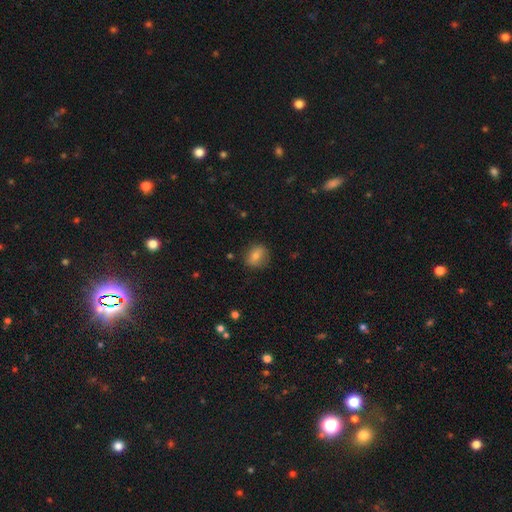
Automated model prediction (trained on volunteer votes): A smooth galaxy with no disk features (74%) that is round (59%).

Vote fractions:
- Smooth or featured? smooth: 74% / featured or disk: 17% / star or artifact: 9%
- How rounded? round: 59% / in between: 40% / cigar-shaped: 2%
- Merging? none: 79% / minor disturbance: 15% / major disturbance: 4% / merger: 1%